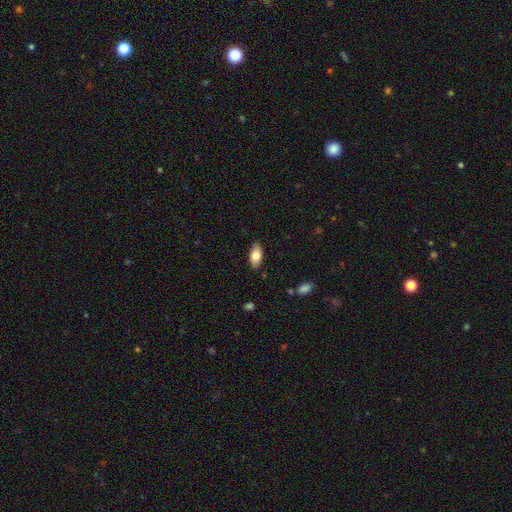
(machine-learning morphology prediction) This is likely a smooth galaxy (79%). How rounded: clearly in between (91%). Merging: clearly none (86%).